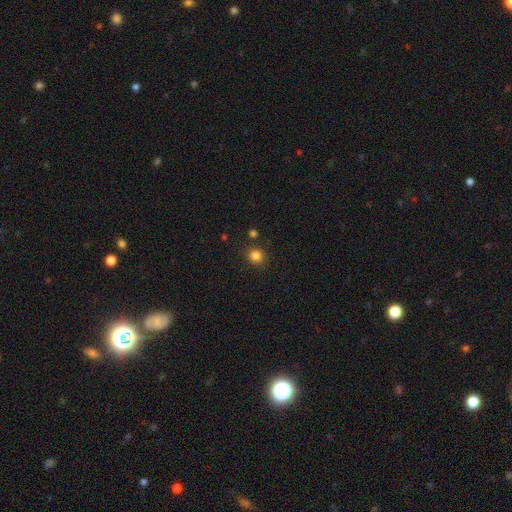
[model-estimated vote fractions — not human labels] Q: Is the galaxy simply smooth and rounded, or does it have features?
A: smooth — 83%.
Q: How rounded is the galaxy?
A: round — 87%.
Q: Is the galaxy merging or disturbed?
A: none — 86%.